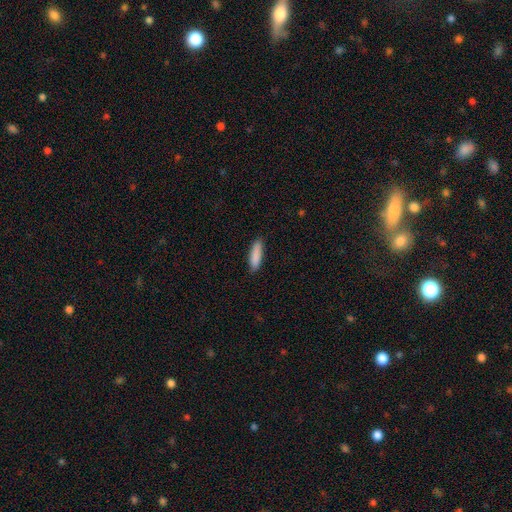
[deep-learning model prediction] Smooth or featured? Predicted: smooth (p=0.88). How rounded? Predicted: cigar-shaped (p=0.64). Merging? Predicted: none (p=0.87).